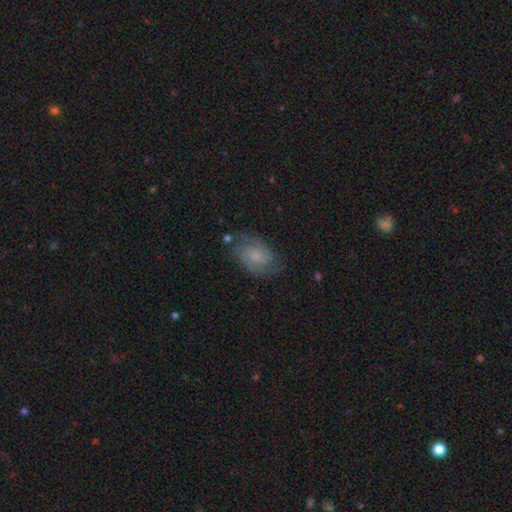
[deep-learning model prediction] Smooth or featured?
  - featured or disk: 68% *
  - smooth: 24%
  - star or artifact: 8%
Edge-on disk?
  - no: 97% *
  - yes: 3%
Bar?
  - no: 65% *
  - weak: 31%
  - strong: 4%
Spiral arms?
  - yes: 92% *
  - no: 8%
Spiral winding?
  - medium: 45% *
  - tight: 39%
  - loose: 16%
Spiral arm count?
  - 2: 69% *
  - can't tell: 16%
  - 3: 8%
  - 1: 3%
  - 4: 2%
  - more than 4: 2%
Bulge size?
  - small: 42% *
  - moderate: 28%
  - none: 22%
  - large: 6%
  - dominant: 2%
Merging?
  - none: 72% *
  - minor disturbance: 18%
  - major disturbance: 7%
  - merger: 2%